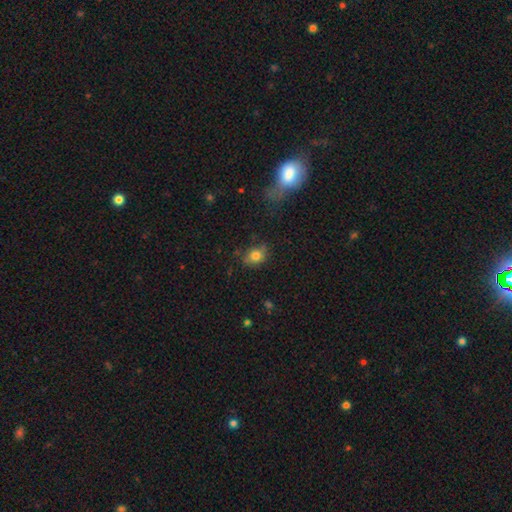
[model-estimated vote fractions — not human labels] The model was most divided on "how rounded": in between: 50%, round: 49%, cigar-shaped: 1%. More confident: smooth or featured — smooth (78%); merging — none (71%).